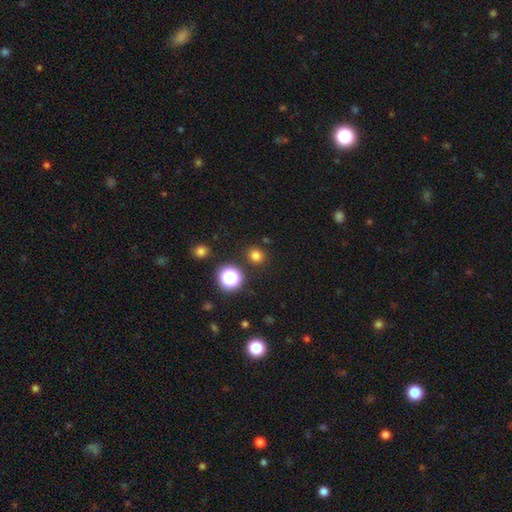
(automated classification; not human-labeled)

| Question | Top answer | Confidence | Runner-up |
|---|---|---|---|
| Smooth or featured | smooth | 76% | star or artifact (19%) |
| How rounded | round | 83% | in between (16%) |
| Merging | none | 88% | minor disturbance (7%) |